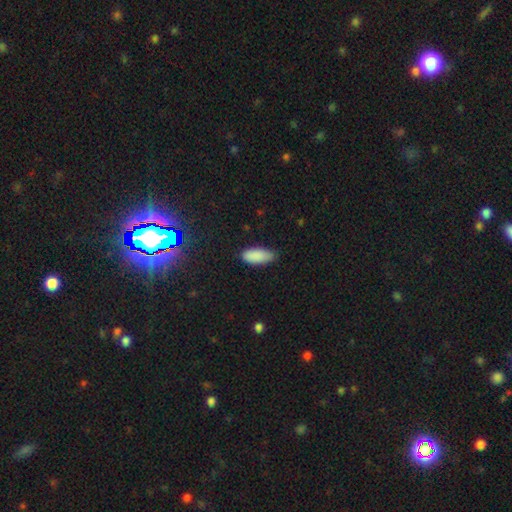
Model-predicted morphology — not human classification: smooth_or_featured: smooth (p=0.88) [alt: star or artifact p=0.07]
how_rounded: in between (p=0.85) [alt: cigar-shaped p=0.13]
merging: none (p=0.73) [alt: minor disturbance p=0.22]